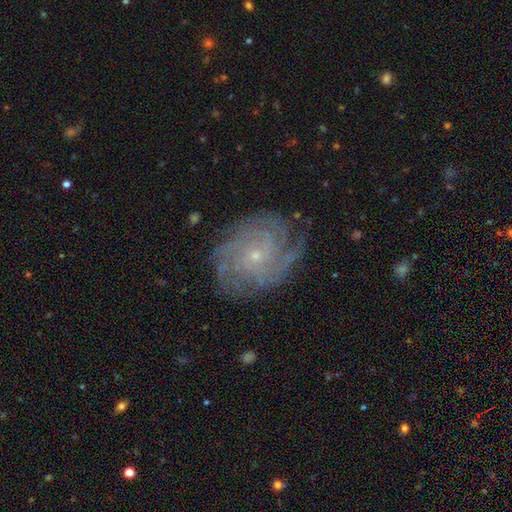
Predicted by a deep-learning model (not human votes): Smooth or featured: featured or disk — 83% (smooth — 9%)
Edge-on disk: no — 97% (yes — 3%)
Bar: no — 75% (weak — 21%)
Spiral arms: yes — 96% (no — 4%)
Spiral winding: tight — 64% (medium — 29%)
Spiral arm count: can't tell — 32% (4 — 22%)
Bulge size: small — 81% (moderate — 15%)
Merging: none — 77% (minor disturbance — 16%)